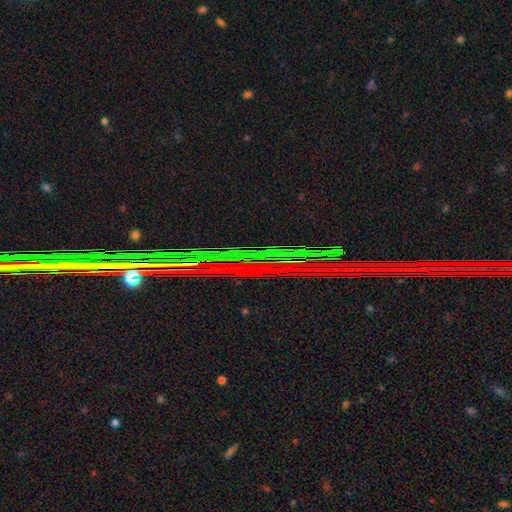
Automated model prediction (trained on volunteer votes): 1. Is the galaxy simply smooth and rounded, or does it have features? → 80% star or artifact, 11% featured or disk, 8% smooth.